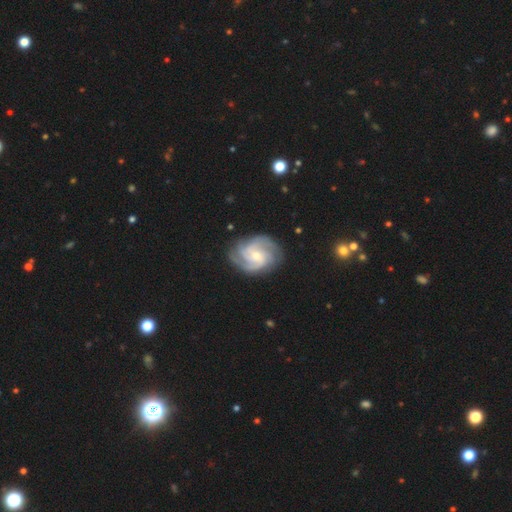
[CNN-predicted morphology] This appears to be a featured or disk galaxy (88%) with no bar (48%), 3 (39%) tight (52%) spiral arms (98%) and a small central bulge (53%). Merging: none (79%).